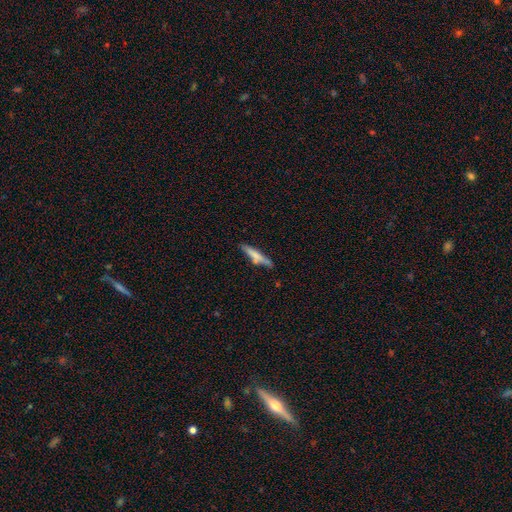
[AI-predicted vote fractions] Smooth or featured? Predicted: smooth (p=0.64). How rounded? Predicted: cigar-shaped (p=0.89). Merging? Predicted: none (p=0.70).